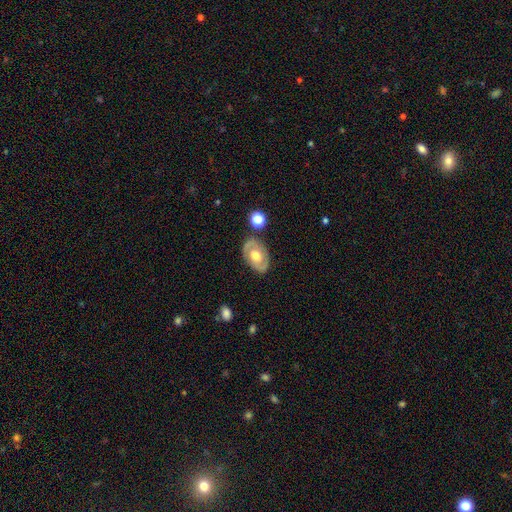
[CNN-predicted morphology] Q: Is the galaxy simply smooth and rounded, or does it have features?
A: featured or disk — 65%.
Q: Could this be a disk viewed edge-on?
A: no — 94%.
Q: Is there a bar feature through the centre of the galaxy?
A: no — 71%.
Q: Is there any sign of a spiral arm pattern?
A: yes — 60%.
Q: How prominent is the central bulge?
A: moderate — 69%.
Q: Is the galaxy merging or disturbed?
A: none — 79%.